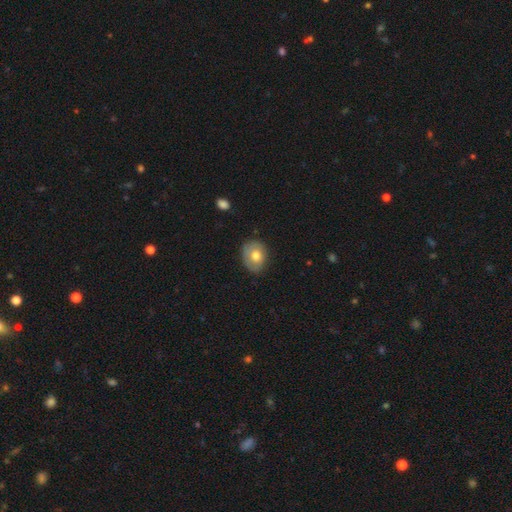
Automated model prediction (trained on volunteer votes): A smooth galaxy with no disk features (69%) that is in between round and cigar-shaped (57%). Merging: none (71%).